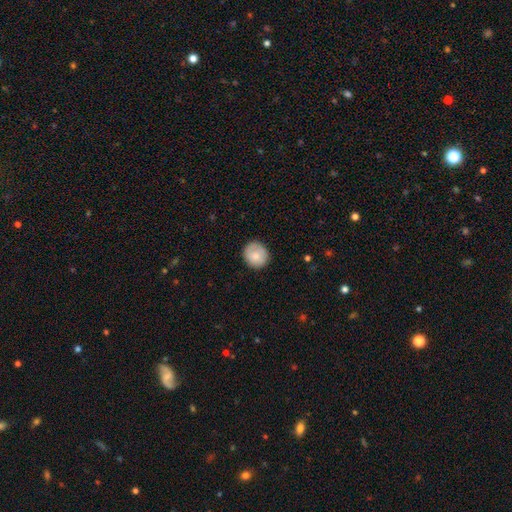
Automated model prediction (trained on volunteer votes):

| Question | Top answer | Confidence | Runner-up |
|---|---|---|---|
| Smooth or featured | smooth | 79% | featured or disk (13%) |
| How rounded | round | 87% | in between (13%) |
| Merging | none | 84% | minor disturbance (13%) |